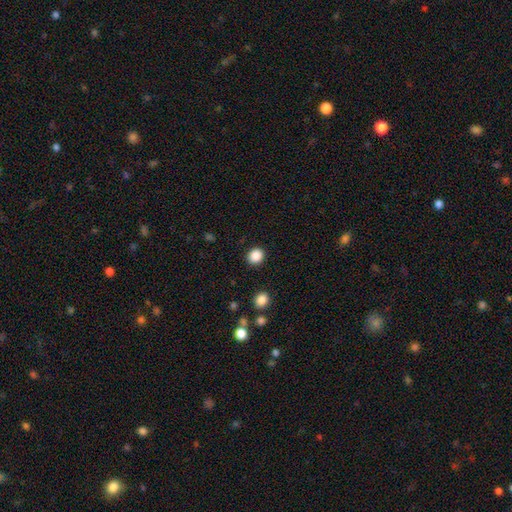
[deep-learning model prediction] smooth_or_featured: smooth (p=0.87) [alt: star or artifact p=0.10]
how_rounded: round (p=0.78) [alt: in between p=0.21]
merging: none (p=0.90) [alt: minor disturbance p=0.06]